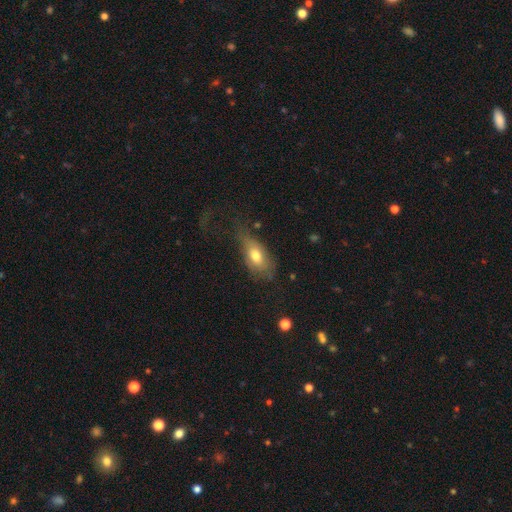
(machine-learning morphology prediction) Smooth or featured: smooth — 69% (featured or disk — 23%)
How rounded: in between — 84% (cigar-shaped — 9%)
Merging: none — 39% (minor disturbance — 31%)